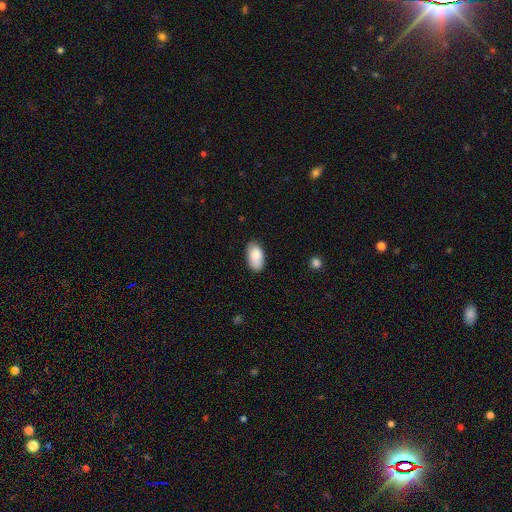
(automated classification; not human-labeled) A smooth galaxy with no disk features (88%) that is in between round and cigar-shaped (95%). Merging: none (81%).